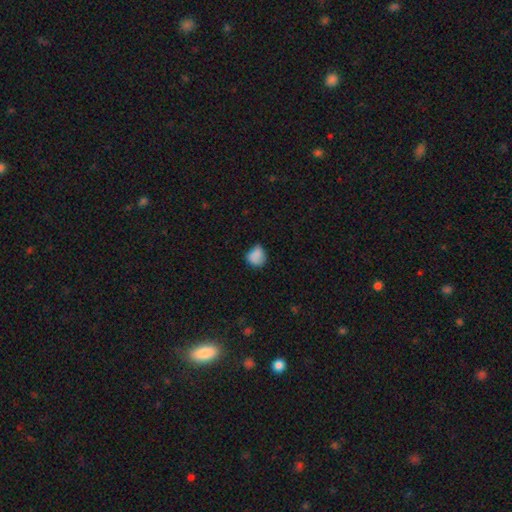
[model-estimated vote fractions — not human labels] Smooth or featured?
  - smooth: 81% *
  - star or artifact: 10%
  - featured or disk: 10%
How rounded?
  - round: 65% *
  - in between: 33%
  - cigar-shaped: 1%
Merging?
  - none: 55% *
  - minor disturbance: 33%
  - major disturbance: 8%
  - merger: 4%